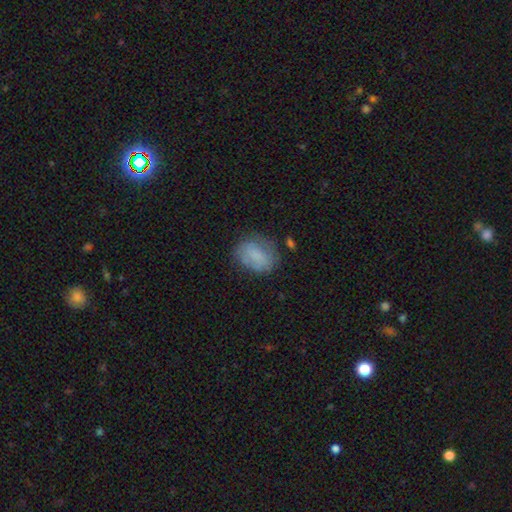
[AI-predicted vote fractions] Smooth or featured? smooth (75%)
How rounded? in between (60%)
Merging? none (63%)